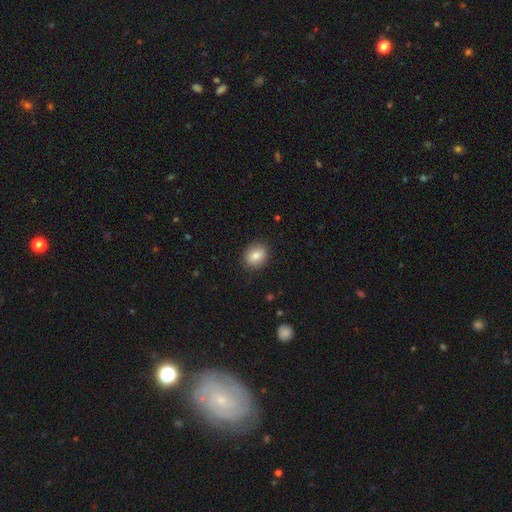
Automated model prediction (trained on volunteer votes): Morphology: type=smooth (85%); roundness=round (51%); merging=none (88%).